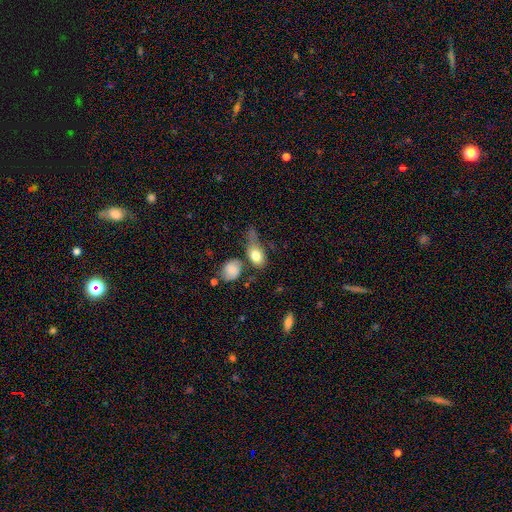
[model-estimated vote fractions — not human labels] This appears to be a smooth galaxy with no disk features (78%) that is in between round and cigar-shaped (71%). Merging: none (31%).